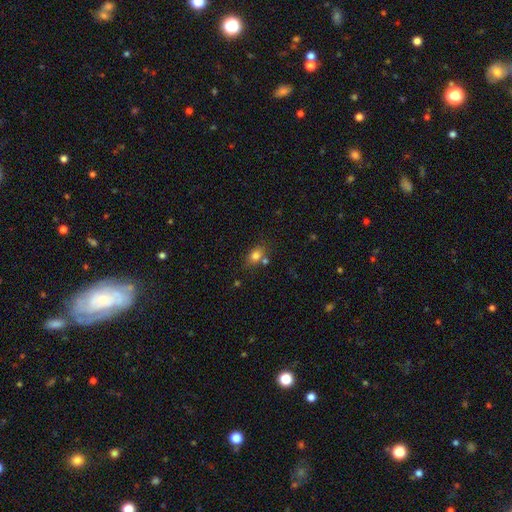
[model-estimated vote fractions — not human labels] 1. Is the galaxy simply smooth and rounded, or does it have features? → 79% smooth, 12% star or artifact, 9% featured or disk.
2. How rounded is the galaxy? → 65% in between, 33% round, 2% cigar-shaped.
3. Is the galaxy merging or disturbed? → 64% none, 17% merger, 15% minor disturbance, 4% major disturbance.